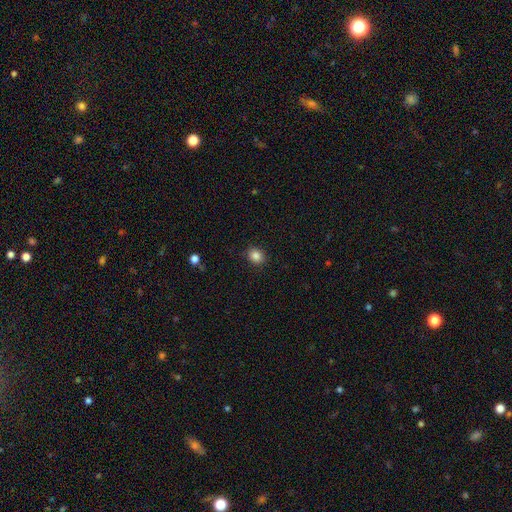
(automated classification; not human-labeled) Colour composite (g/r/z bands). It shows a smooth galaxy with no disk features (86%) that is round (68%). Merging: none (89%).